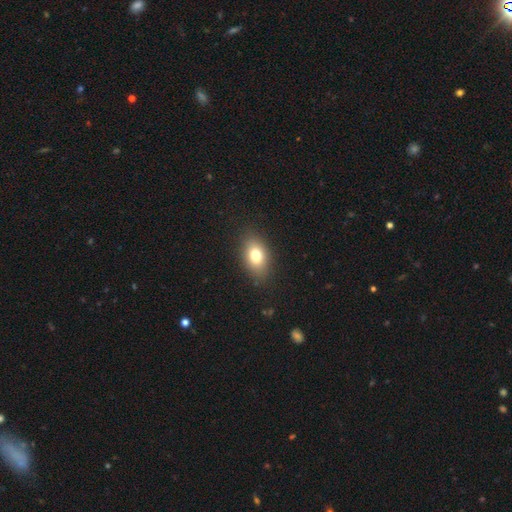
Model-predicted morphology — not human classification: Smooth or featured?
  - smooth: 76% *
  - featured or disk: 14%
  - star or artifact: 10%
How rounded?
  - in between: 82% *
  - round: 16%
  - cigar-shaped: 2%
Merging?
  - none: 85% *
  - minor disturbance: 11%
  - major disturbance: 3%
  - merger: 1%